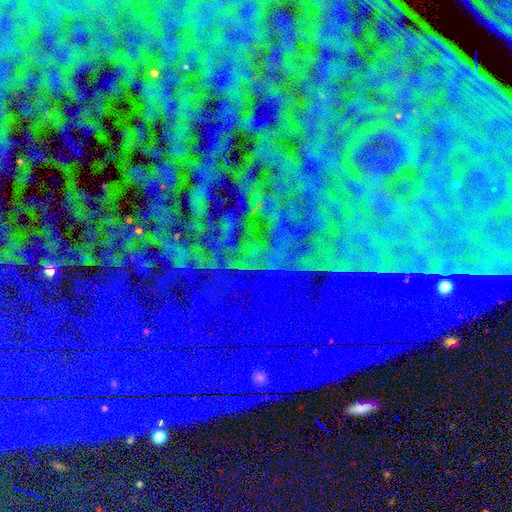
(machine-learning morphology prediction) Smooth or featured? Predicted: star or artifact (p=0.86).